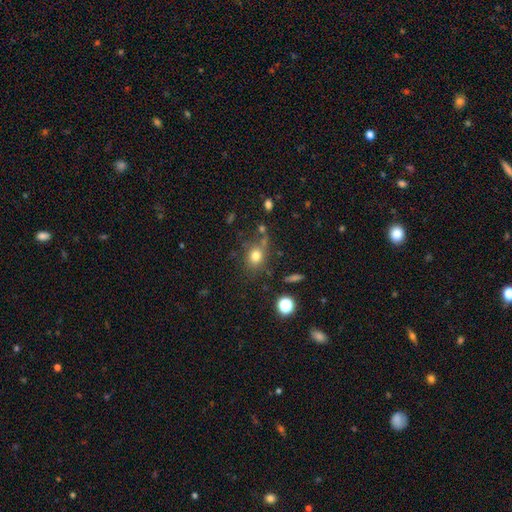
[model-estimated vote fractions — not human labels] Q: Smooth or featured?
A: smooth (77%); runner-up: star or artifact (14%)
Q: How rounded?
A: round (67%); runner-up: in between (31%)
Q: Merging?
A: none (66%); runner-up: minor disturbance (16%)